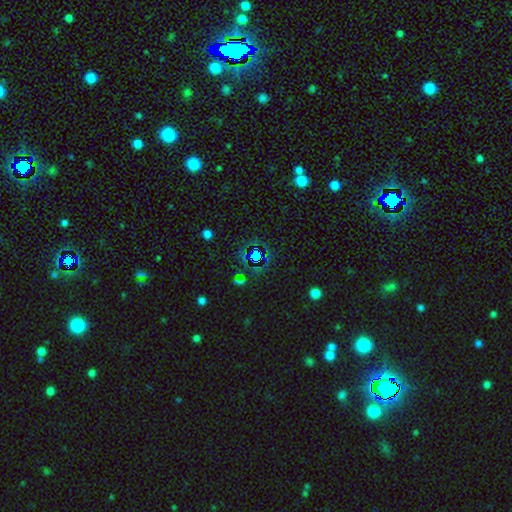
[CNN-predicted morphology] This is likely a star or artifact rather than a galaxy (68%).